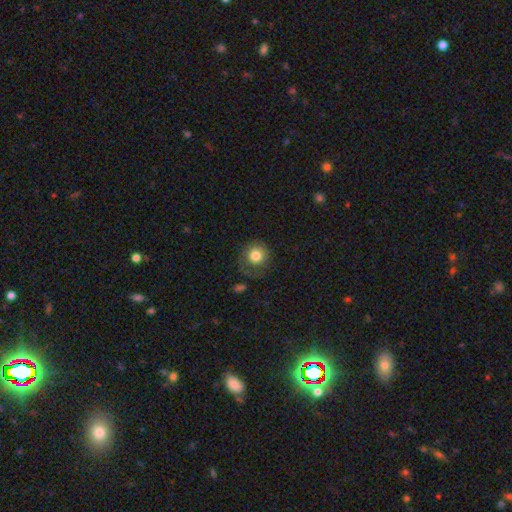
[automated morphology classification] smooth-or-featured: smooth: 79% | featured or disk: 13% | star or artifact: 9%
  how-rounded: round: 91% | in between: 8% | cigar-shaped: 1%
  merging: none: 62% | minor disturbance: 20% | major disturbance: 15% | merger: 2%